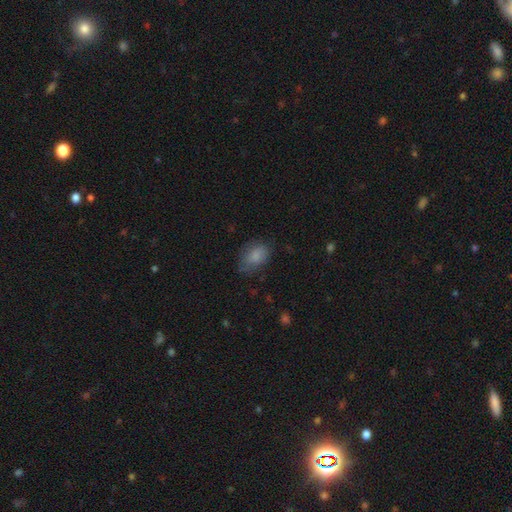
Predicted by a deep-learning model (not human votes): smooth-or-featured: smooth: 83% | featured or disk: 9% | star or artifact: 8%
  how-rounded: in between: 84% | round: 14% | cigar-shaped: 1%
  merging: none: 66% | minor disturbance: 25% | major disturbance: 8% | merger: 1%